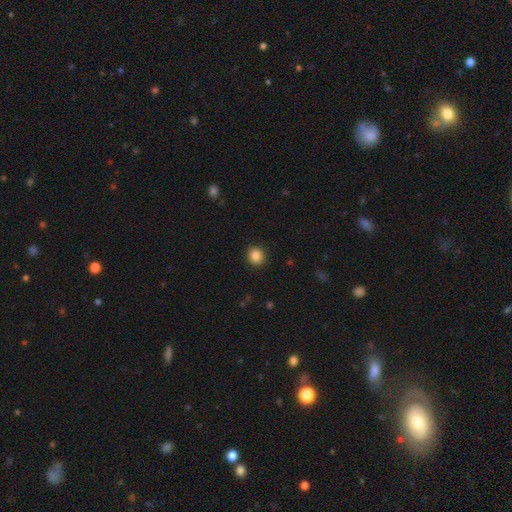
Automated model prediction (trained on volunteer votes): smooth-or-featured: smooth: 86% | star or artifact: 10% | featured or disk: 4%
  how-rounded: round: 86% | in between: 13% | cigar-shaped: 1%
  merging: none: 92% | minor disturbance: 6% | major disturbance: 2% | merger: 1%